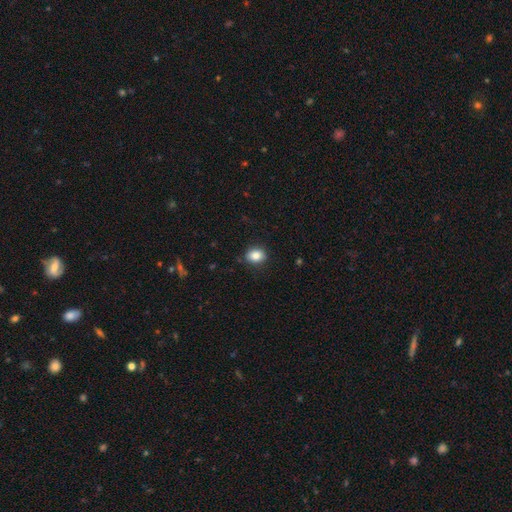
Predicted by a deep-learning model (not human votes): Smooth or featured: smooth — 85% (star or artifact — 9%)
How rounded: in between — 53% (round — 46%)
Merging: none — 86% (minor disturbance — 11%)